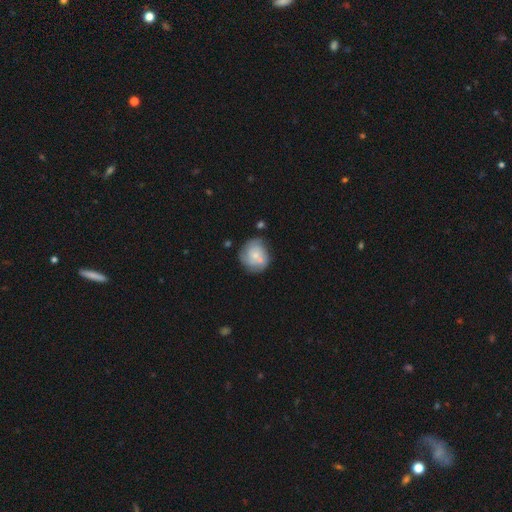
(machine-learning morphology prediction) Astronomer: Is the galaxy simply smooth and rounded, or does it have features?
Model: smooth — 49% (runner-up: featured or disk, 44%).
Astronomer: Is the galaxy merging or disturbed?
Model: none — 53%.